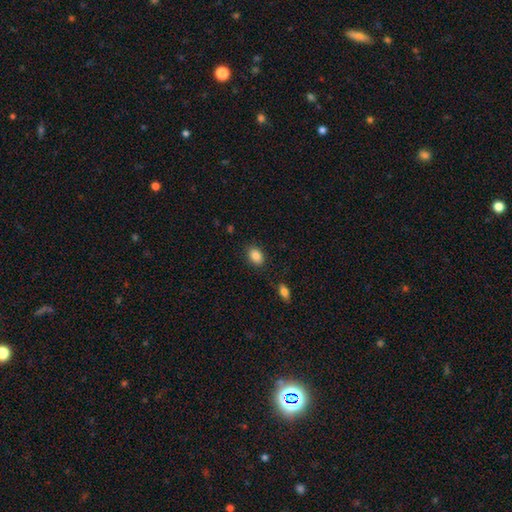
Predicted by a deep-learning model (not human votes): Q: Smooth or featured?
A: smooth (87%); runner-up: star or artifact (9%)
Q: How rounded?
A: in between (79%); runner-up: round (20%)
Q: Merging?
A: none (84%); runner-up: minor disturbance (11%)